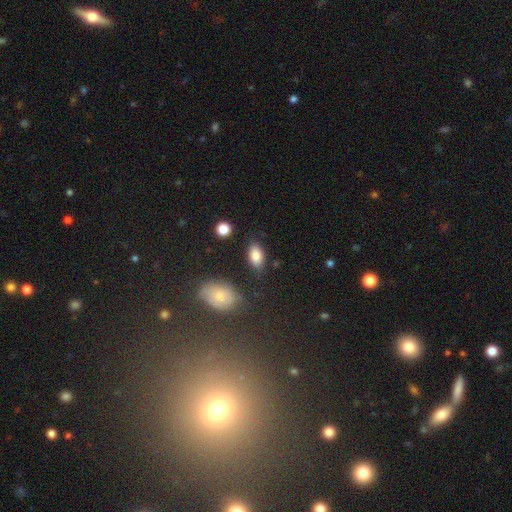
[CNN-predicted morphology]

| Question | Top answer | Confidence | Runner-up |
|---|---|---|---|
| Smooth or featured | smooth | 85% | star or artifact (8%) |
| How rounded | in between | 91% | round (6%) |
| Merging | none | 81% | minor disturbance (13%) |